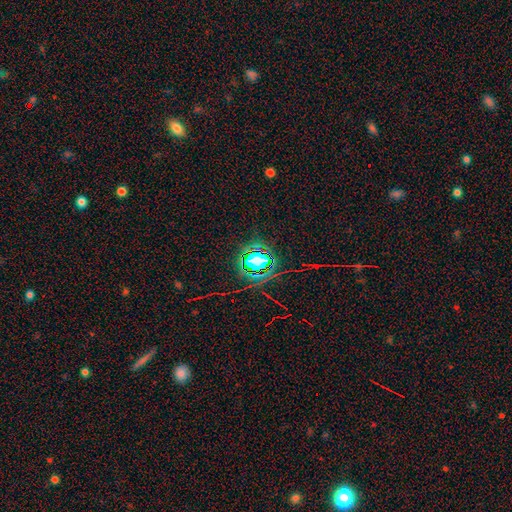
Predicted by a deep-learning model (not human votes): The model was most divided on "smooth or featured": star or artifact: 70%, smooth: 20%, featured or disk: 10%.